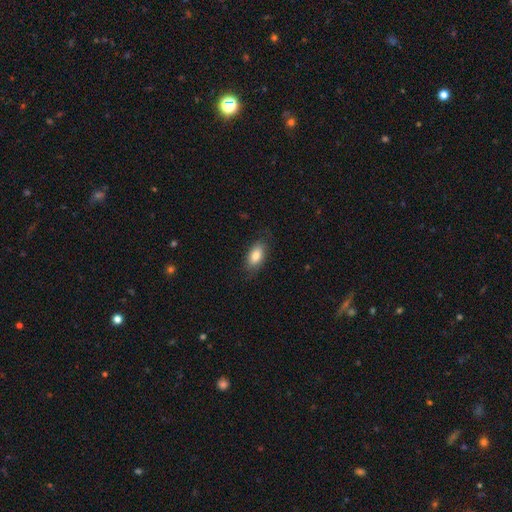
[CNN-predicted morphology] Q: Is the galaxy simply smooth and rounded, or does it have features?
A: smooth — 81%.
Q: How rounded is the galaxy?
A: in between — 89%.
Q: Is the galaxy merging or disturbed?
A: none — 79%.